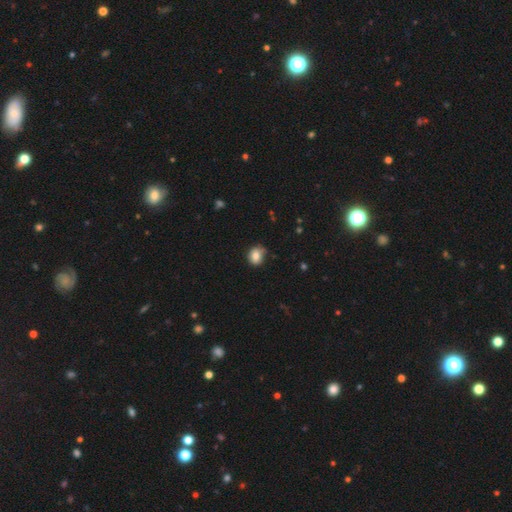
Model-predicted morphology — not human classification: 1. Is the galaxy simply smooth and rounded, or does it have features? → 81% smooth, 10% featured or disk, 10% star or artifact.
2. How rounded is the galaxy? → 61% round, 38% in between, 1% cigar-shaped.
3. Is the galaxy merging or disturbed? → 72% none, 22% minor disturbance, 4% major disturbance, 2% merger.